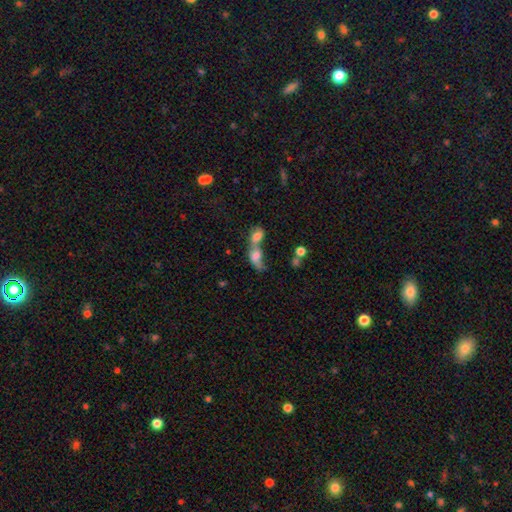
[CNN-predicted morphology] smooth 61%, featured or disk 26%, star or artifact 13%. Down the decision tree: how rounded — in between (71%); merging — merger (80%).